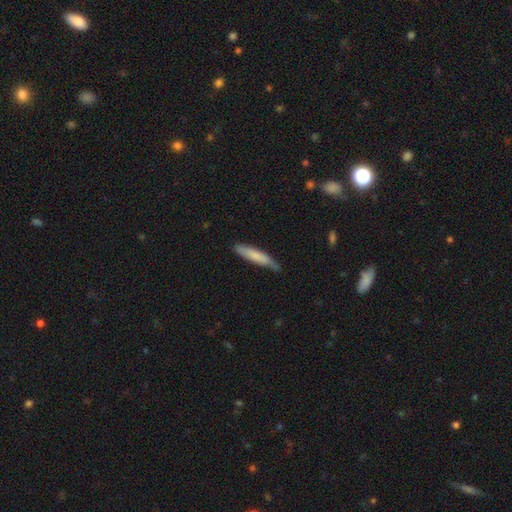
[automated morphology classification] A smooth galaxy with no disk features (75%) that is cigar-shaped (88%). Merging: none (68%).